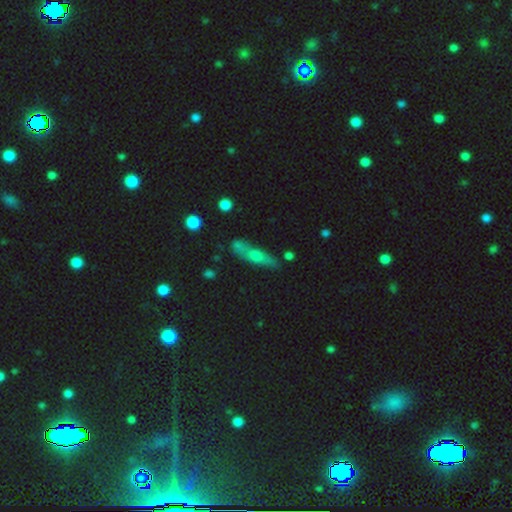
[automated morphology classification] Smooth or featured: smooth — 47% (featured or disk — 43%)
Merging: none — 65% (minor disturbance — 19%)